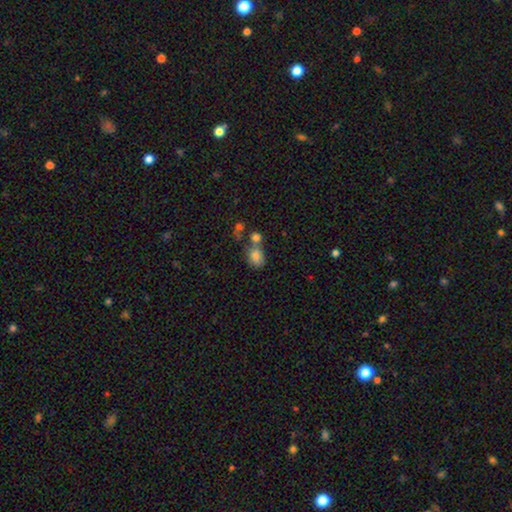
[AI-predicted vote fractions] Smooth or featured? smooth (79%)
How rounded? in between (61%)
Merging? none (38%)